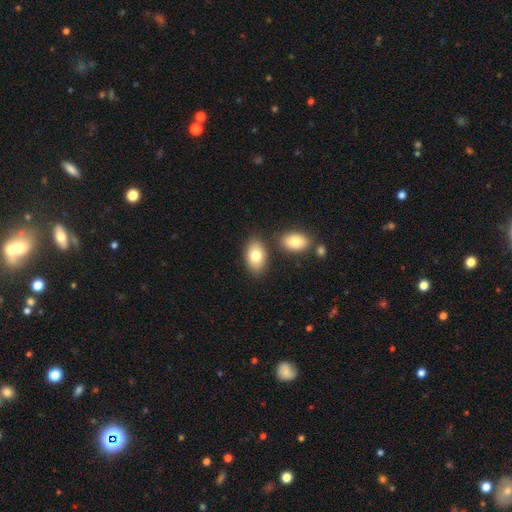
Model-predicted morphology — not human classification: A smooth galaxy with no disk features (80%) that is in between round and cigar-shaped (90%). Merging: none (75%).